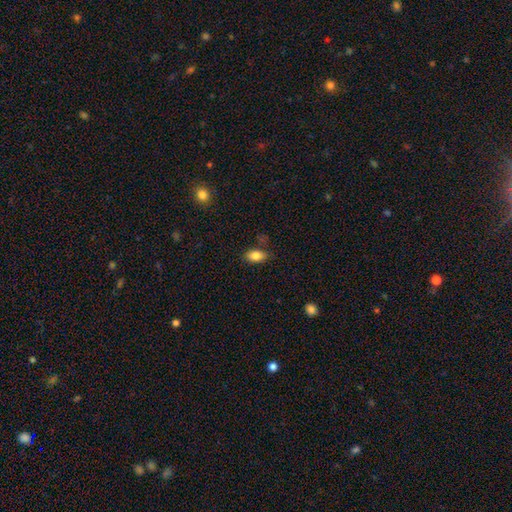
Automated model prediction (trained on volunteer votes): This appears to be a smooth galaxy with no disk features (84%) that is in between round and cigar-shaped (89%). Merging: none (79%).